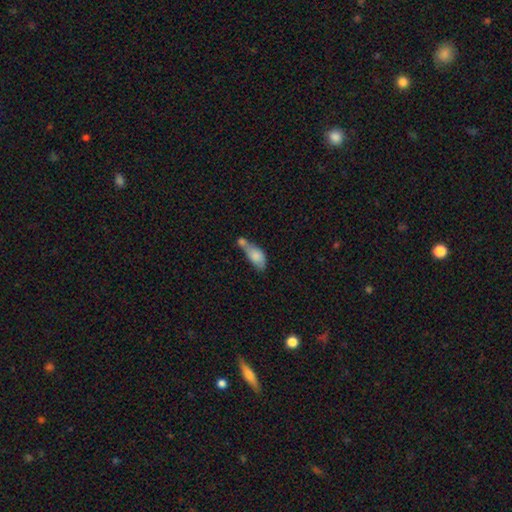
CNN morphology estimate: Smooth or featured? smooth (75%)
How rounded? in between (83%)
Merging? merger (55%)